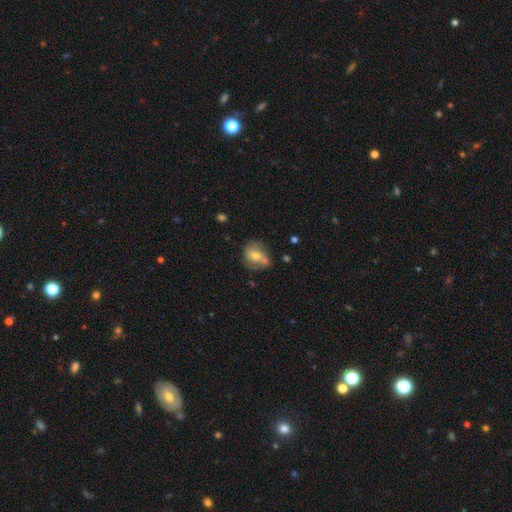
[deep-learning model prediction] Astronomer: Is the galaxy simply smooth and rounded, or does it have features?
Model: smooth — 57% (runner-up: featured or disk, 34%).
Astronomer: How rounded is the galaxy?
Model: round — 54% (runner-up: in between, 44%).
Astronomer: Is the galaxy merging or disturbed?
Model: none — 50% (runner-up: minor disturbance, 27%).